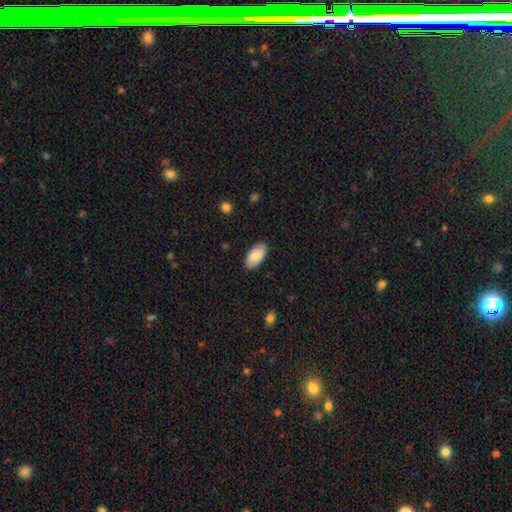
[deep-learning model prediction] A smooth galaxy with no disk features (85%) that is in between round and cigar-shaped (95%). Merging: none (87%).